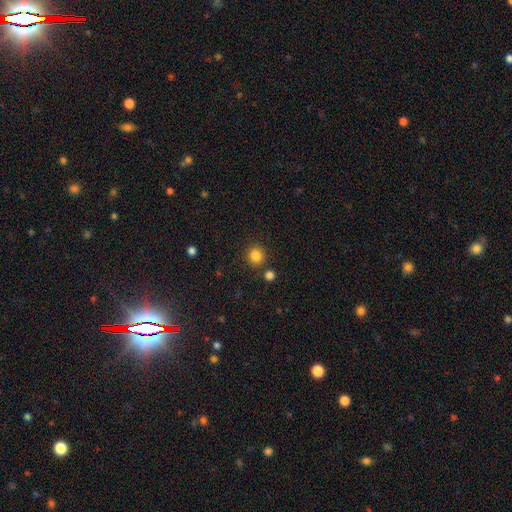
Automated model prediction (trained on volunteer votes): Overall: smooth (84%). How rounded: round (90%). Merging: none (84%).